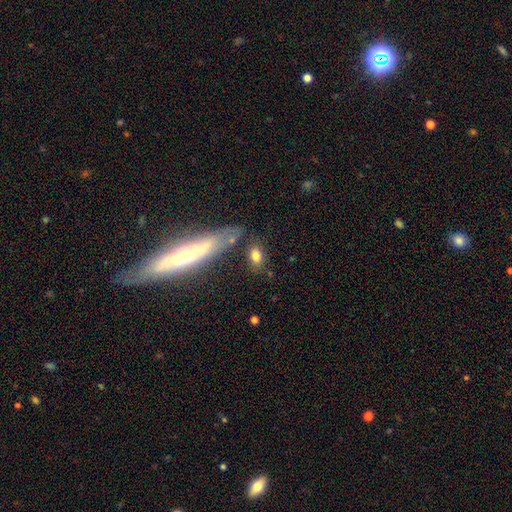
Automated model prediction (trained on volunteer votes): Smooth or featured: smooth — 78% (featured or disk — 14%)
How rounded: in between — 80% (round — 14%)
Merging: none — 72% (minor disturbance — 13%)